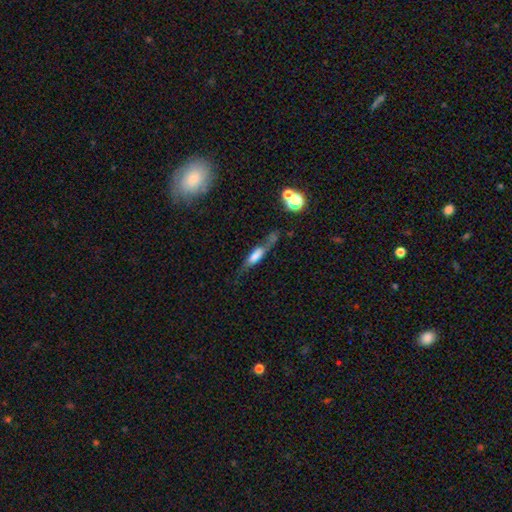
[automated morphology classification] Smooth or featured: smooth — 50% (featured or disk — 40%)
How rounded: cigar-shaped — 62% (in between — 34%)
Merging: none — 50% (minor disturbance — 25%)